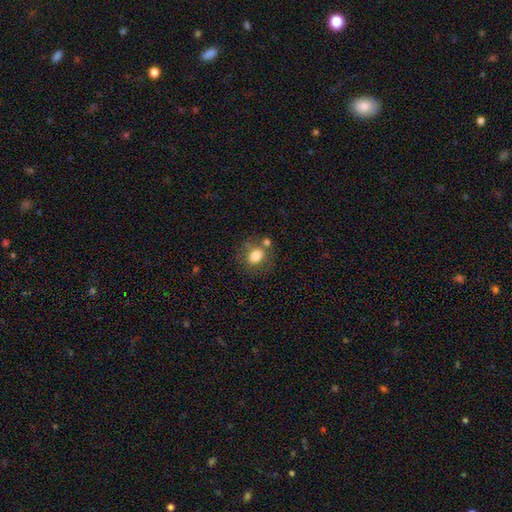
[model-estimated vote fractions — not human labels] Smooth or featured?
  - smooth: 78% *
  - featured or disk: 12%
  - star or artifact: 10%
How rounded?
  - round: 57% *
  - in between: 42%
  - cigar-shaped: 1%
Merging?
  - none: 63% *
  - merger: 16%
  - minor disturbance: 15%
  - major disturbance: 6%